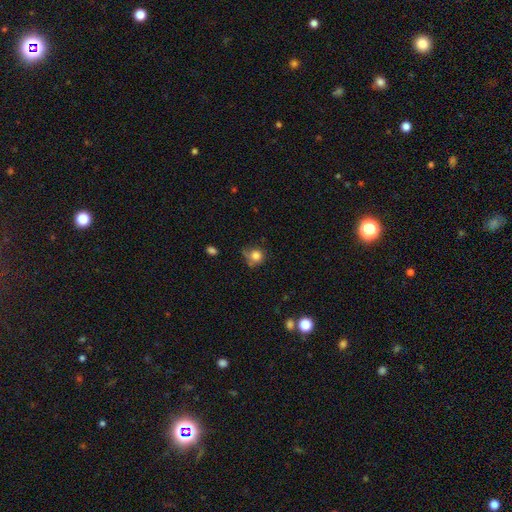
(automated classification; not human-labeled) smooth-or-featured: smooth: 80% | star or artifact: 11% | featured or disk: 10%
  how-rounded: round: 85% | in between: 14% | cigar-shaped: 1%
  merging: none: 55% | minor disturbance: 28% | major disturbance: 11% | merger: 6%